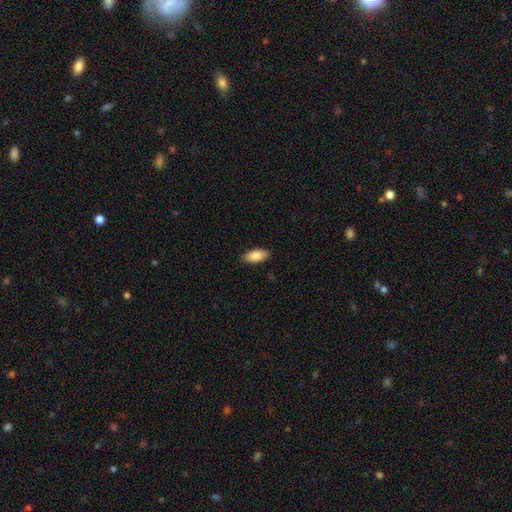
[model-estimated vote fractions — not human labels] Smooth or featured: smooth — 86% (featured or disk — 8%)
How rounded: in between — 90% (cigar-shaped — 8%)
Merging: none — 88% (minor disturbance — 9%)